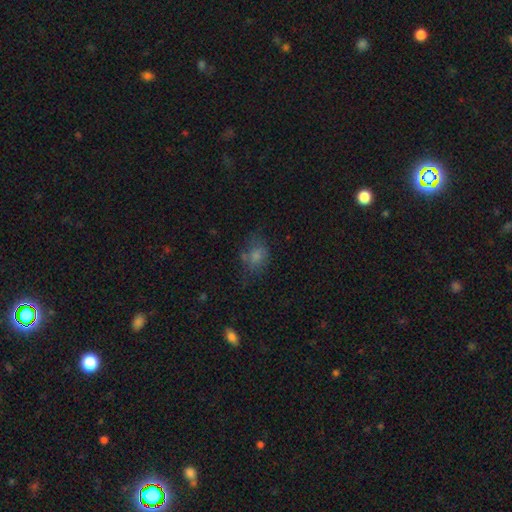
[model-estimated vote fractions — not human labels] Overall: smooth (70%). How rounded: in between (61%; round 38%). Merging: none (54%; minor disturbance 24%).